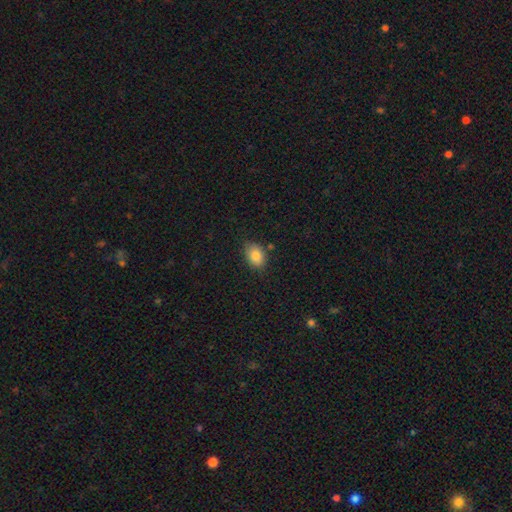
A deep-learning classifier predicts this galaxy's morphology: Smooth or featured? smooth (83%)
How rounded? in between (74%)
Merging? none (77%)